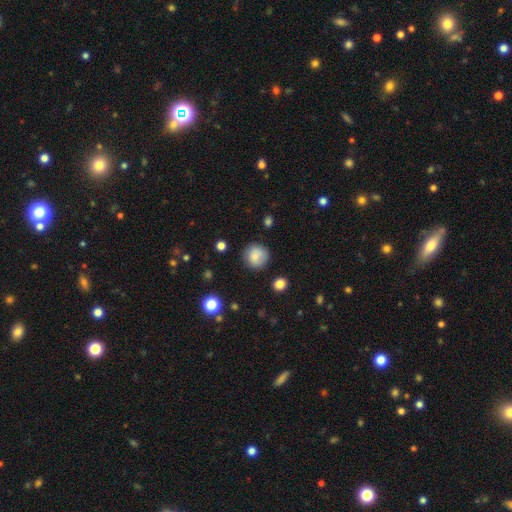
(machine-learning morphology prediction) Q: Smooth or featured?
A: smooth (81%); runner-up: featured or disk (10%)
Q: How rounded?
A: round (93%); runner-up: in between (6%)
Q: Merging?
A: none (81%); runner-up: minor disturbance (13%)